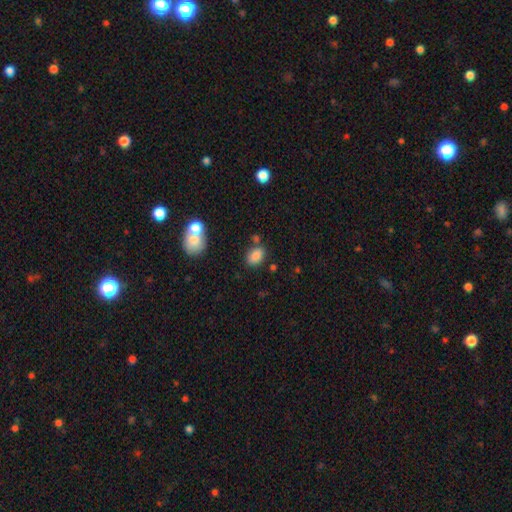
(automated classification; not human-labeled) Morphology: type=smooth (84%); roundness=in between (80%); merging=none (71%).